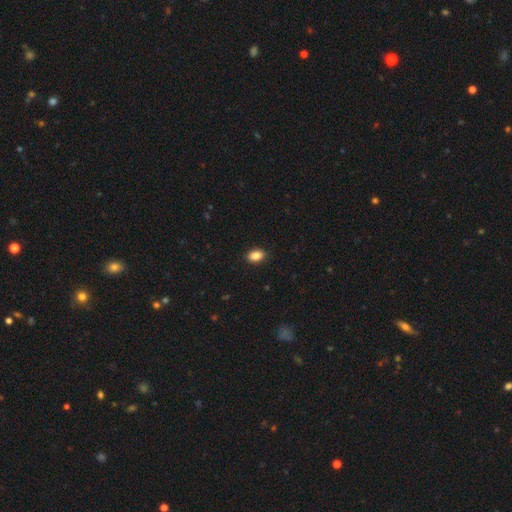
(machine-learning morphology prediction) Smooth or featured? smooth (88%)
How rounded? in between (86%)
Merging? none (89%)